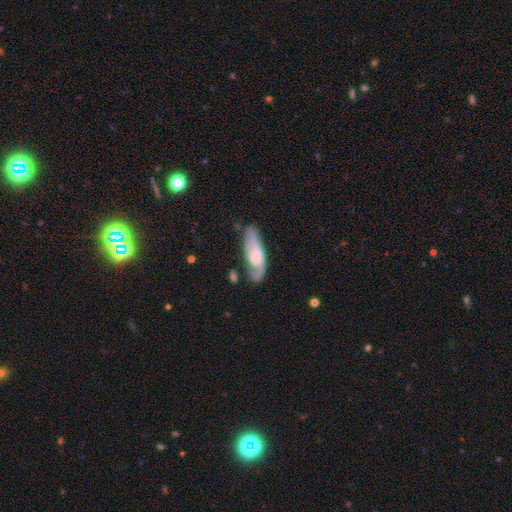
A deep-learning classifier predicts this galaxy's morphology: A featured or disk galaxy (52%).

Vote fractions:
- Smooth or featured? featured or disk: 52% / smooth: 42% / star or artifact: 6%
- Edge-on disk? no: 82% / yes: 18%
- Merging? none: 49% / minor disturbance: 27% / major disturbance: 18% / merger: 5%